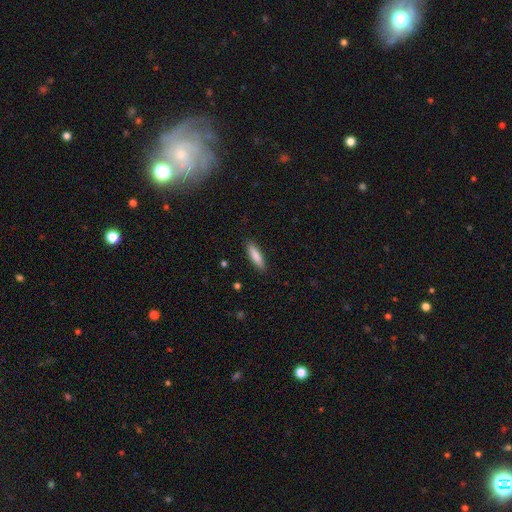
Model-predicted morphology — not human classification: Overall: smooth (85%). How rounded: cigar-shaped (65%; in between 34%). Merging: none (89%).